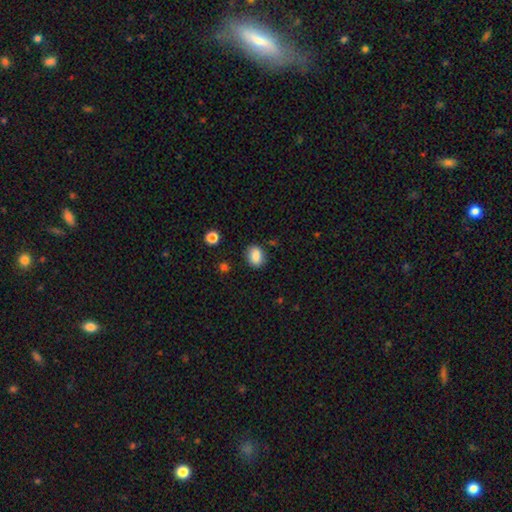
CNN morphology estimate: type=smooth (87%); roundness=in between (66%); merging=none (83%).